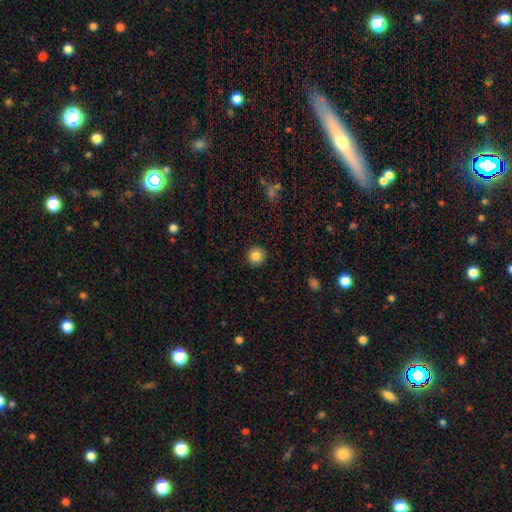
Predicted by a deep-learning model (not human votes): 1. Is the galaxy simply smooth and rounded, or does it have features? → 84% smooth, 10% star or artifact, 6% featured or disk.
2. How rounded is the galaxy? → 95% round, 4% in between, 1% cigar-shaped.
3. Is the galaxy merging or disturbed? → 92% none, 5% minor disturbance, 2% major disturbance, 1% merger.